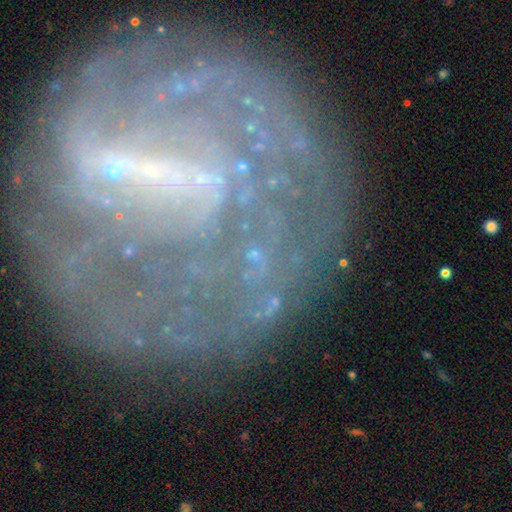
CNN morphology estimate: This appears to be a featured or disk galaxy (48%). Merging: none (64%).